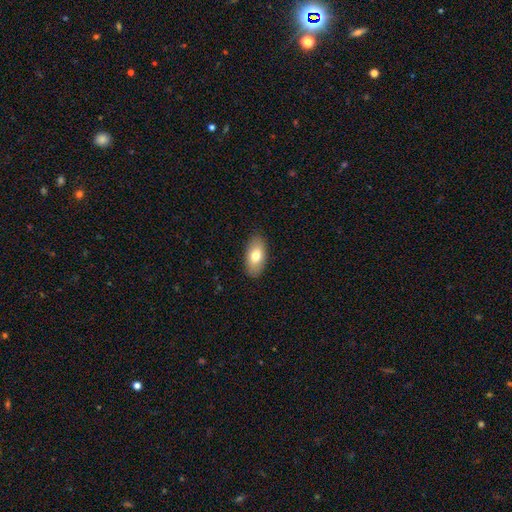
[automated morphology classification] smooth-or-featured: smooth: 74% | featured or disk: 19% | star or artifact: 7%
  how-rounded: in between: 92% | cigar-shaped: 4% | round: 4%
  merging: none: 88% | minor disturbance: 9% | major disturbance: 2% | merger: 1%